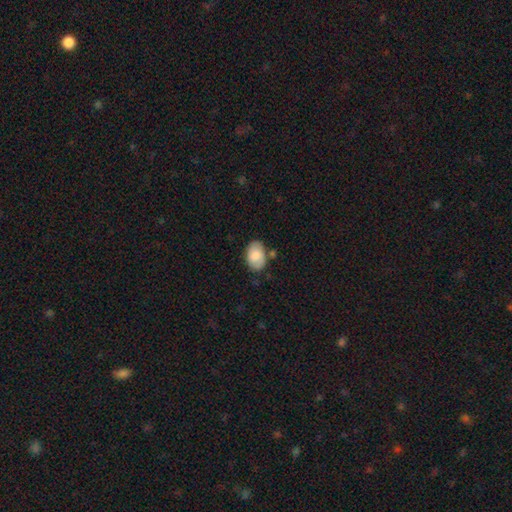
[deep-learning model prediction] Overall: smooth (78%). How rounded: in between (87%). Merging: none (70%).